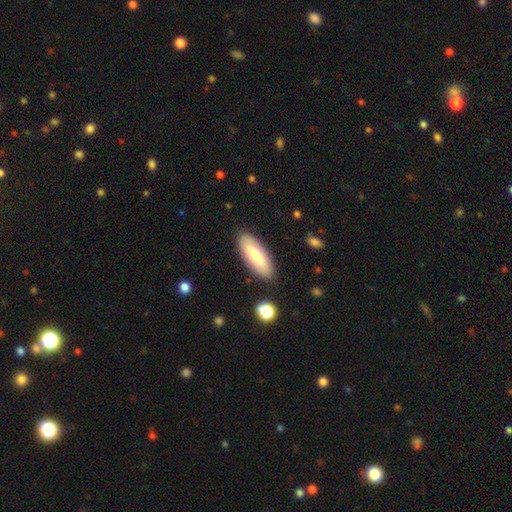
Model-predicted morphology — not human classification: smooth 71%, featured or disk 23%, star or artifact 6%. Down the decision tree: how rounded — in between (70%); merging — none (86%).